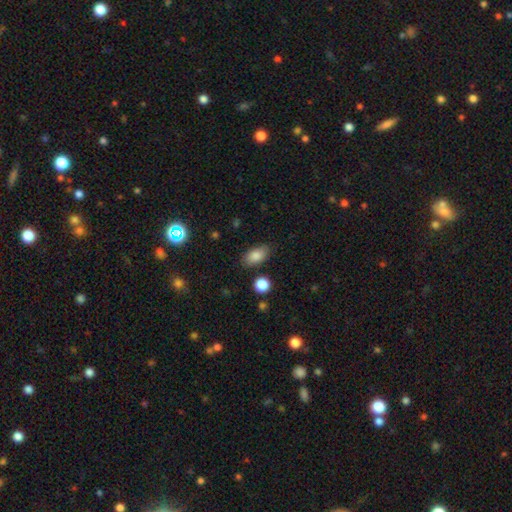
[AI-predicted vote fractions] smooth 84%, star or artifact 8%, featured or disk 7%. Down the decision tree: how rounded — in between (90%); merging — none (82%).